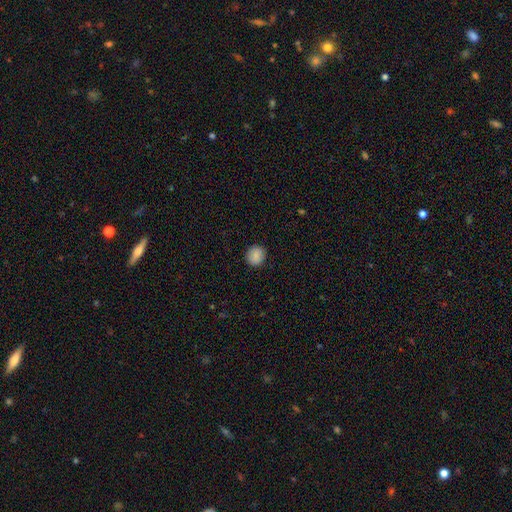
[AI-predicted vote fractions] This is clearly a smooth galaxy (85%). How rounded: clearly round (88%). Merging: clearly none (90%).